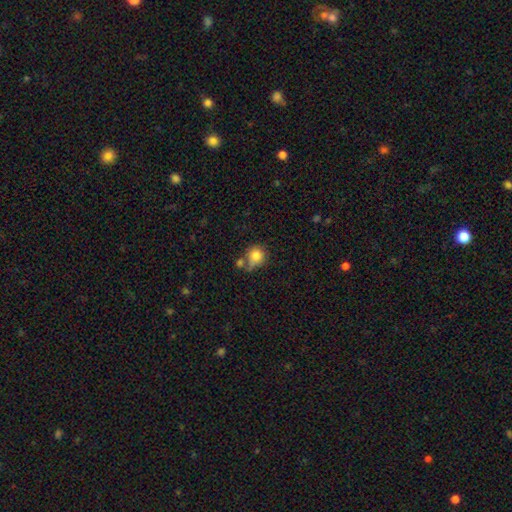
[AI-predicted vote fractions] smooth-or-featured: smooth: 82% | star or artifact: 9% | featured or disk: 9%
  how-rounded: round: 82% | in between: 17% | cigar-shaped: 1%
  merging: none: 47% | merger: 23% | minor disturbance: 20% | major disturbance: 9%